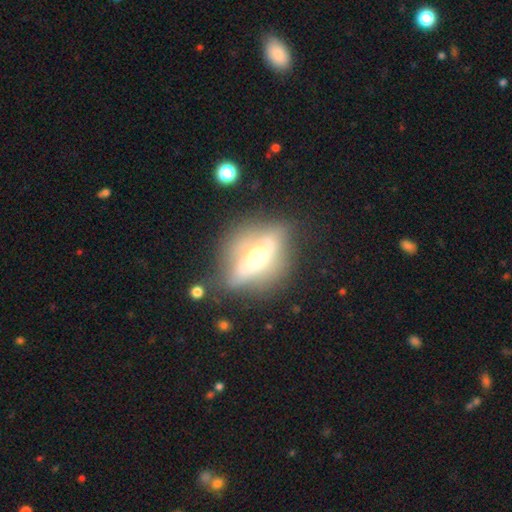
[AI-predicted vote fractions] Q: Smooth or featured?
A: featured or disk (62%); runner-up: smooth (29%)
Q: Edge-on disk?
A: no (61%); runner-up: yes (39%)
Q: Merging?
A: none (55%); runner-up: minor disturbance (25%)